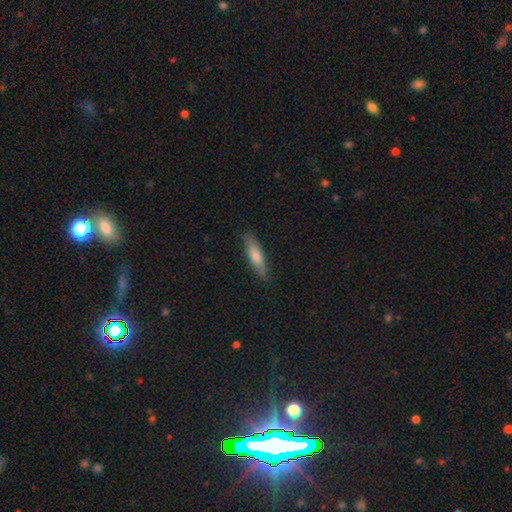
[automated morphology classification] Smooth or featured?
  - smooth: 66% *
  - featured or disk: 27%
  - star or artifact: 6%
How rounded?
  - cigar-shaped: 72% *
  - in between: 26%
  - round: 2%
Merging?
  - none: 84% *
  - minor disturbance: 13%
  - major disturbance: 2%
  - merger: 1%